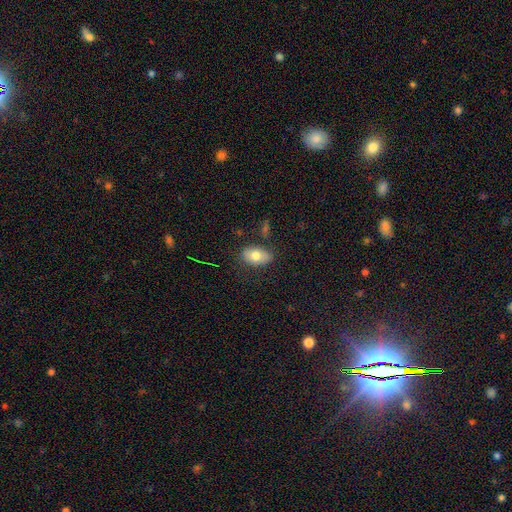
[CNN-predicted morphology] smooth-or-featured: smooth: 76% | featured or disk: 17% | star or artifact: 8%
  how-rounded: in between: 87% | round: 11% | cigar-shaped: 2%
  merging: none: 77% | minor disturbance: 16% | merger: 4% | major disturbance: 4%